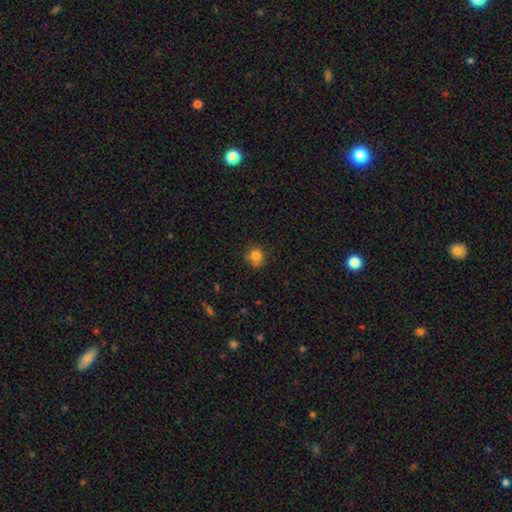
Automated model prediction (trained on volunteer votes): Q: Smooth or featured?
A: smooth (81%); runner-up: star or artifact (12%)
Q: How rounded?
A: round (84%); runner-up: in between (15%)
Q: Merging?
A: none (73%); runner-up: minor disturbance (20%)